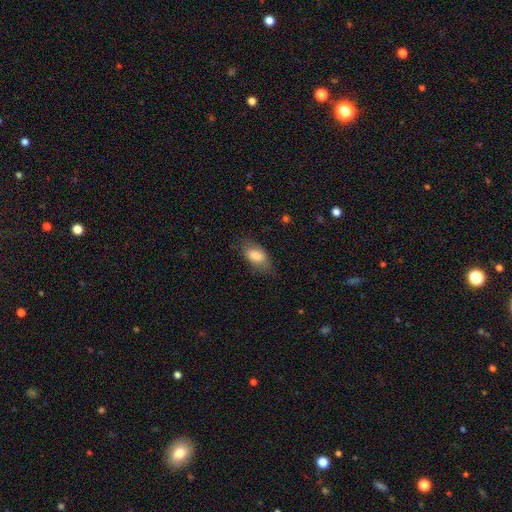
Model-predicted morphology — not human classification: Smooth or featured?
  - smooth: 80% *
  - featured or disk: 13%
  - star or artifact: 7%
How rounded?
  - in between: 89% *
  - cigar-shaped: 5%
  - round: 5%
Merging?
  - none: 66% *
  - minor disturbance: 24%
  - major disturbance: 9%
  - merger: 1%